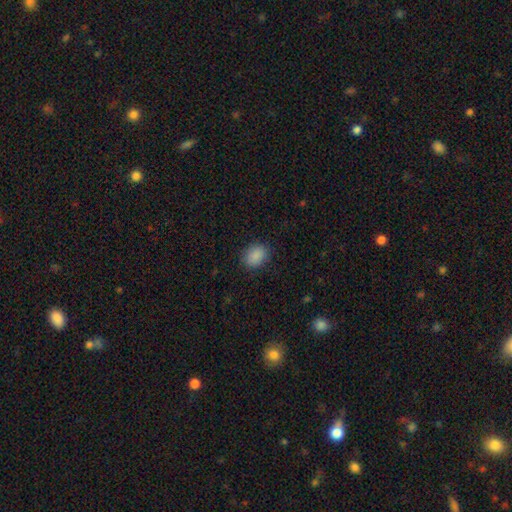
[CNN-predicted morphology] This appears to be a smooth galaxy with no disk features (89%) that is in between round and cigar-shaped (62%). Merging: none (87%).